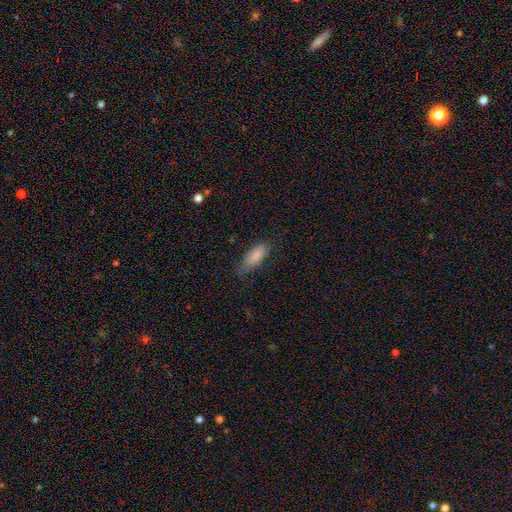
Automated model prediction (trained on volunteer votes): Q: Smooth or featured?
A: smooth (82%); runner-up: featured or disk (11%)
Q: How rounded?
A: in between (78%); runner-up: cigar-shaped (19%)
Q: Merging?
A: none (65%); runner-up: minor disturbance (27%)